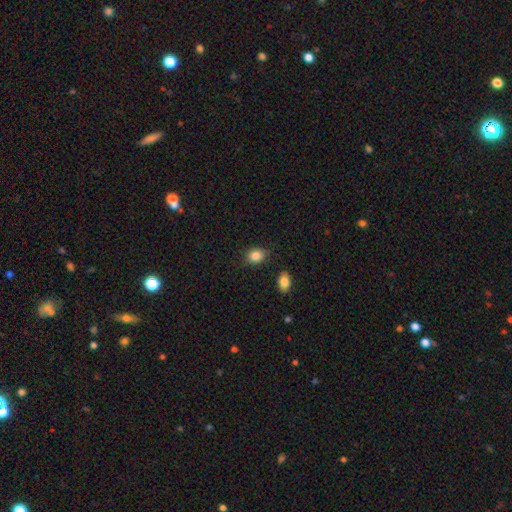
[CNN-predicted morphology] The model was most divided on "how rounded": in between: 63%, round: 36%, cigar-shaped: 1%. More confident: smooth or featured — smooth (86%); merging — none (81%).